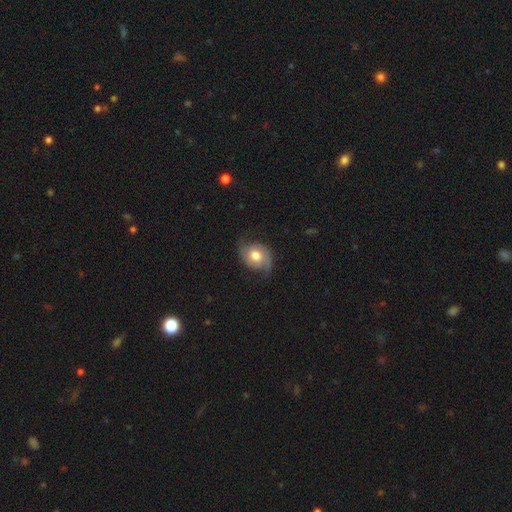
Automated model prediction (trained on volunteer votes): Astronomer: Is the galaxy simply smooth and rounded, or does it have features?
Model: featured or disk — 71%.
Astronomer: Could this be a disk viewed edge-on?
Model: no — 97%.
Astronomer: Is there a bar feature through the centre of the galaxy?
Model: no — 68%.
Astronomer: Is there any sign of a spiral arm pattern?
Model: yes — 91%.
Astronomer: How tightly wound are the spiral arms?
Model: medium — 42% (runner-up: loose, 40%).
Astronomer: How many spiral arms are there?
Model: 2 — 90%.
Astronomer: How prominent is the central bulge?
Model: moderate — 62%.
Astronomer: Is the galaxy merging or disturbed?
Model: none — 67%.